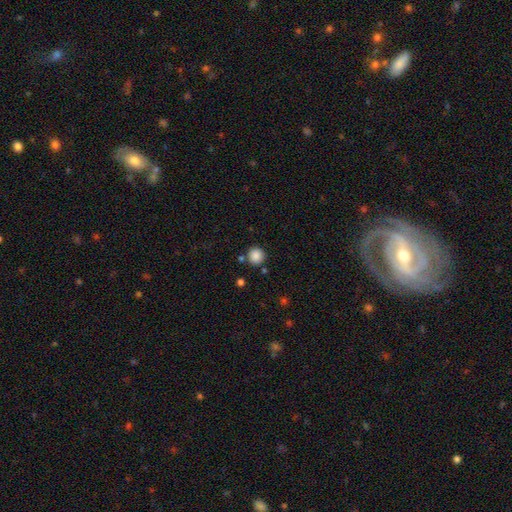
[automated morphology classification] The model was most divided on "merging": none: 84%, minor disturbance: 8%, merger: 5%, major disturbance: 3%. More confident: how rounded — round (93%); smooth or featured — smooth (87%).